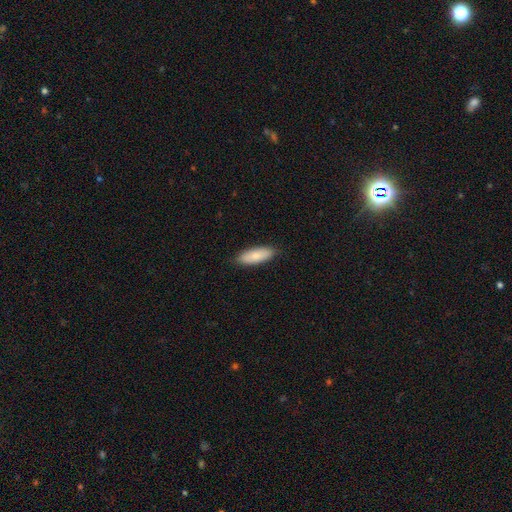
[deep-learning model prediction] Morphology: type=smooth (83%); roundness=in between (72%); merging=none (87%).